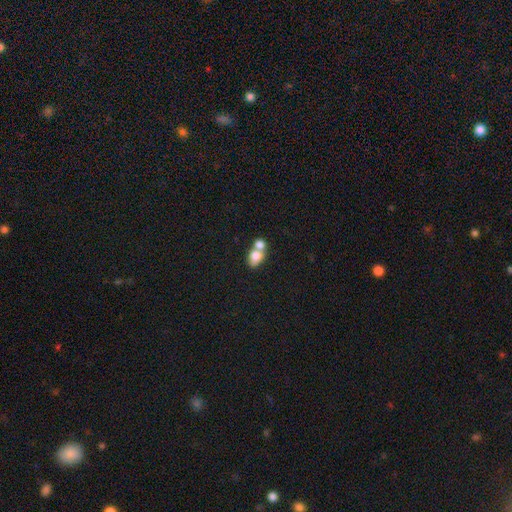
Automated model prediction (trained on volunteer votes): Q: Smooth or featured?
A: smooth (76%); runner-up: featured or disk (15%)
Q: How rounded?
A: in between (69%); runner-up: round (29%)
Q: Merging?
A: merger (61%); runner-up: none (26%)